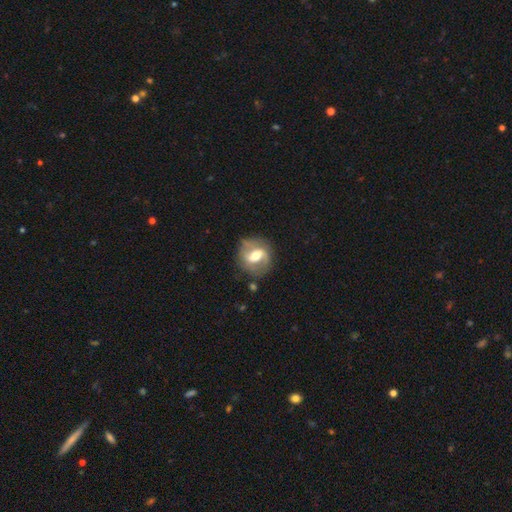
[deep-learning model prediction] Smooth or featured? featured or disk (64%)
Edge-on disk? no (95%)
Bar? weak (42%)
Spiral arms? yes (71%)
Bulge size? moderate (66%)
Merging? none (72%)